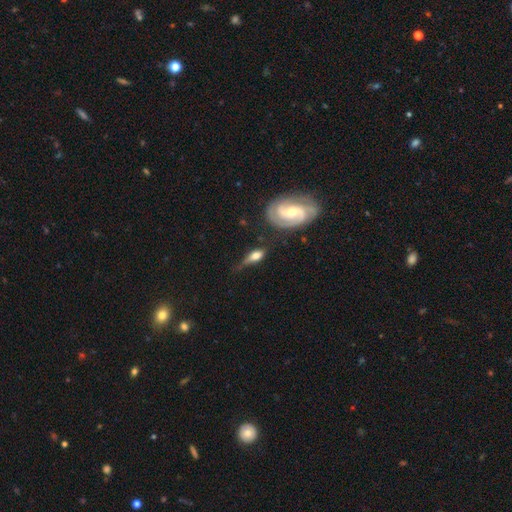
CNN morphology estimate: The model was most divided on "smooth or featured": featured or disk: 50%, smooth: 42%, star or artifact: 8%. Remaining: merging — none (45%).